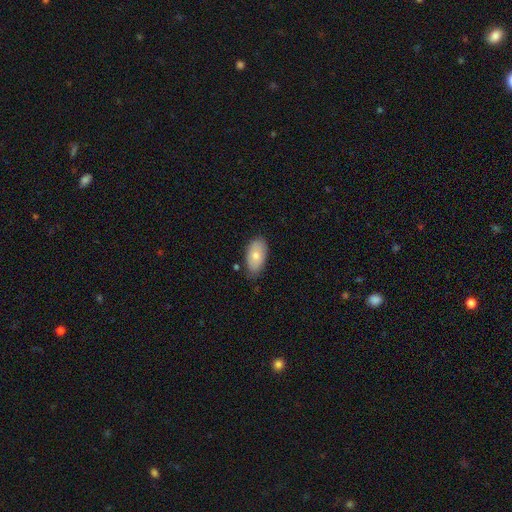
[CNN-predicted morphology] Smooth or featured: smooth — 75% (featured or disk — 18%)
How rounded: in between — 94% (round — 4%)
Merging: none — 76% (minor disturbance — 19%)